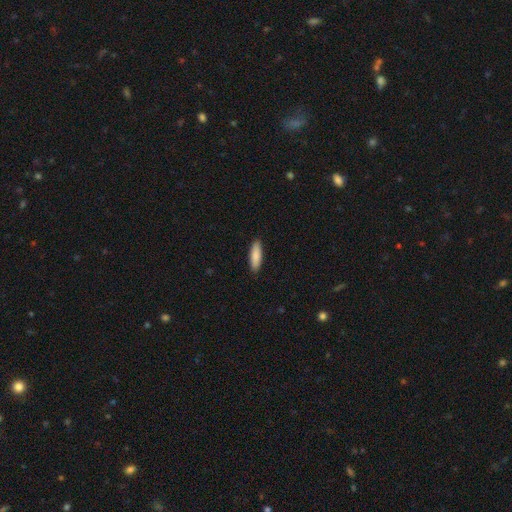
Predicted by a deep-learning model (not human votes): Overall: smooth (86%). How rounded: cigar-shaped (54%; in between 44%). Merging: none (90%).